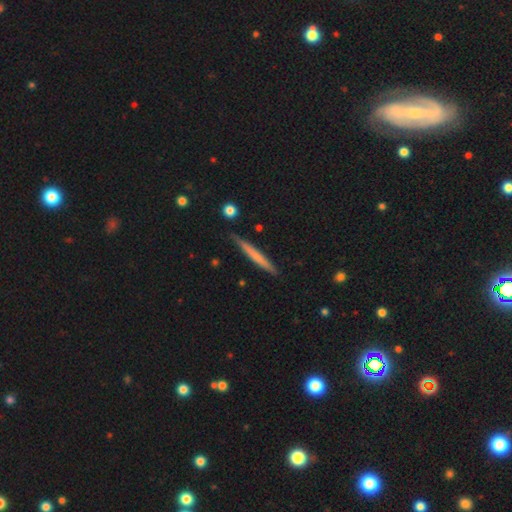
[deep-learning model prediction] smooth_or_featured: smooth (p=0.59) [alt: featured or disk p=0.36]
how_rounded: cigar-shaped (p=0.96) [alt: in between p=0.02]
merging: none (p=0.88) [alt: minor disturbance p=0.09]